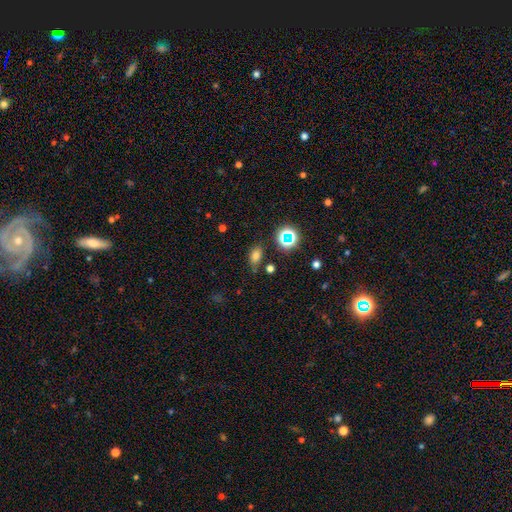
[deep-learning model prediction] Overall: smooth (70%). How rounded: in between (80%). Merging: none (72%).